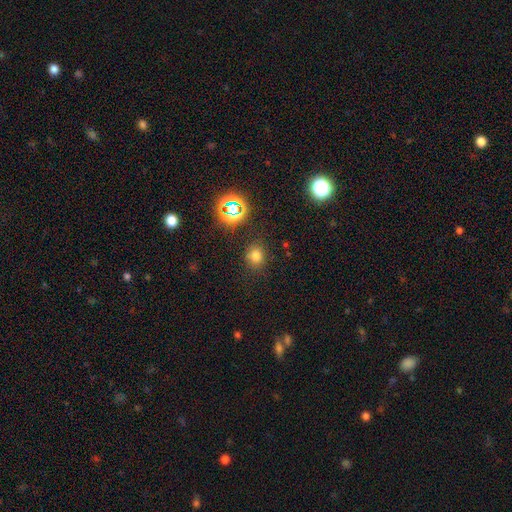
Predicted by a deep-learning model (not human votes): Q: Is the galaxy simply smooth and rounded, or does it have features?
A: smooth — 71%.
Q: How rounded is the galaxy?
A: round — 70%.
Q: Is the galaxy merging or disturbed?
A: none — 82%.